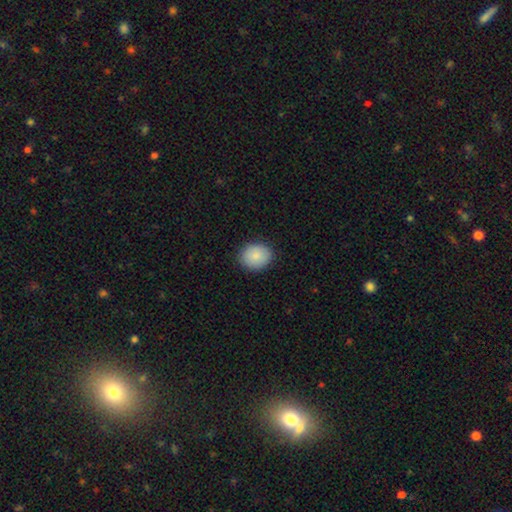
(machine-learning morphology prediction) smooth-or-featured: smooth: 87% | star or artifact: 7% | featured or disk: 6%
  how-rounded: round: 60% | in between: 39% | cigar-shaped: 1%
  merging: none: 88% | minor disturbance: 9% | major disturbance: 2% | merger: 1%